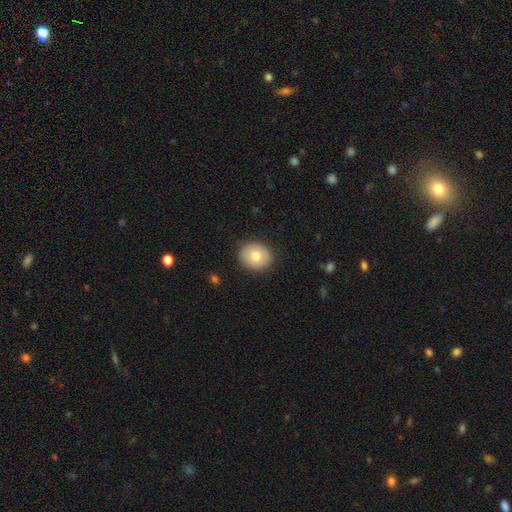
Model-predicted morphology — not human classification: smooth-or-featured: smooth: 73% | featured or disk: 19% | star or artifact: 8%
  how-rounded: round: 74% | in between: 25% | cigar-shaped: 1%
  merging: none: 89% | minor disturbance: 8% | major disturbance: 2% | merger: 1%